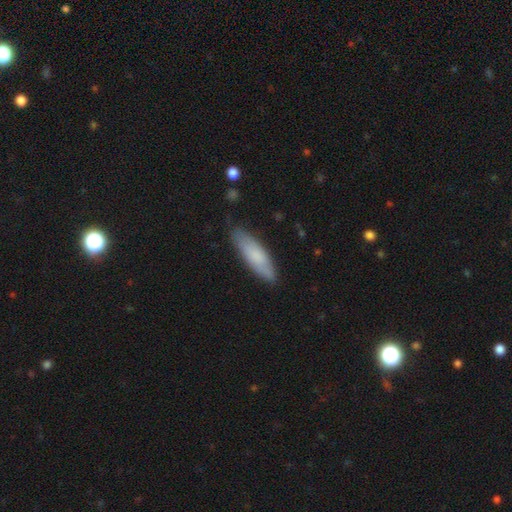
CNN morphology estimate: type=smooth (77%); roundness=cigar-shaped (57%); merging=none (83%).